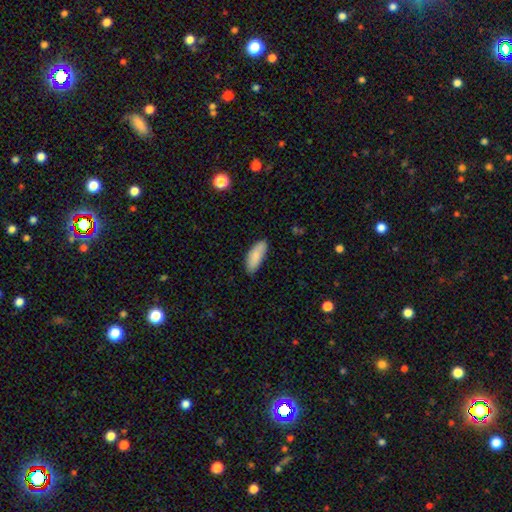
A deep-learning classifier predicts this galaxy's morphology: Q: Smooth or featured?
A: smooth (87%); runner-up: featured or disk (7%)
Q: How rounded?
A: in between (79%); runner-up: cigar-shaped (20%)
Q: Merging?
A: none (80%); runner-up: minor disturbance (16%)